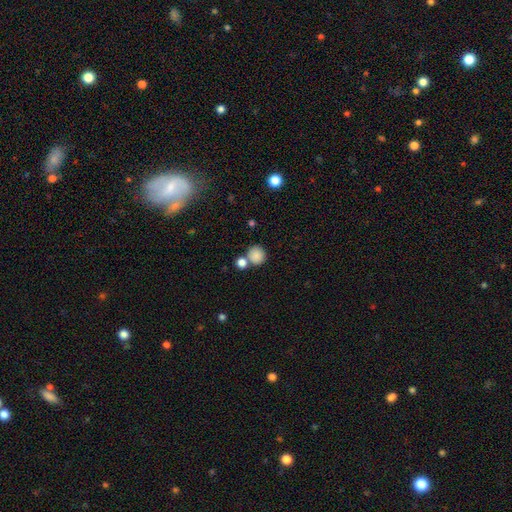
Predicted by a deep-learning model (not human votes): smooth-or-featured: smooth: 85% | star or artifact: 9% | featured or disk: 5%
  how-rounded: round: 88% | in between: 11% | cigar-shaped: 1%
  merging: none: 61% | merger: 26% | minor disturbance: 9% | major disturbance: 4%